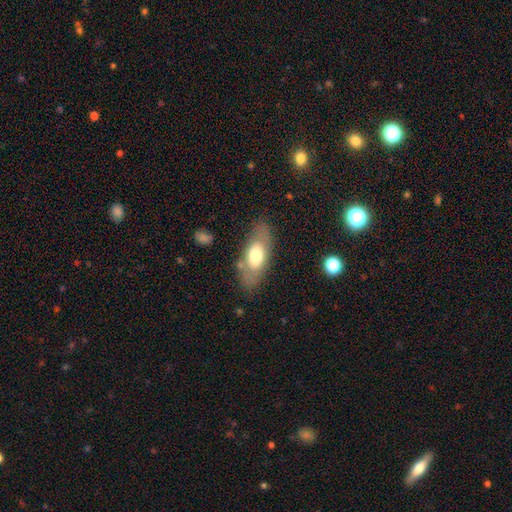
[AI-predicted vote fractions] Morphology: type=smooth (61%); roundness=in between (83%); merging=none (77%).